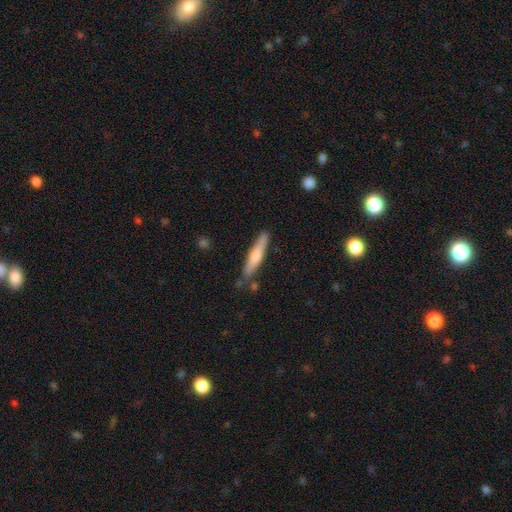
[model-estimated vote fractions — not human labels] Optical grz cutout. It shows a smooth galaxy with no disk features (47%). Merging: none (82%).